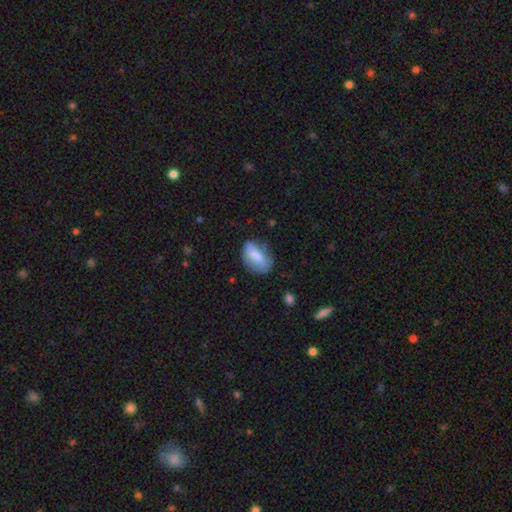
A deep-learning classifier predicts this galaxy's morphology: Smooth or featured? smooth (71%)
How rounded? in between (87%)
Merging? none (55%)